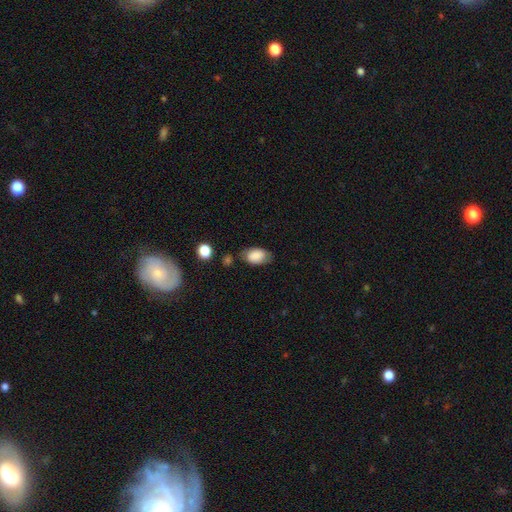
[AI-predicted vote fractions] This is clearly a smooth galaxy (83%). How rounded: clearly in between (91%). Merging: likely none (66%).